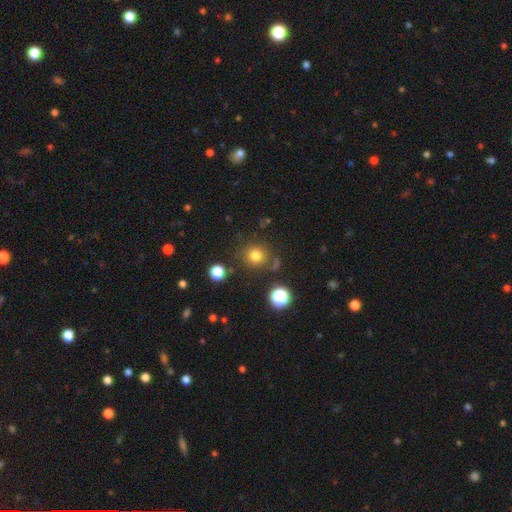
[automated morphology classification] Smooth or featured?
  - smooth: 76% *
  - star or artifact: 17%
  - featured or disk: 7%
How rounded?
  - round: 89% *
  - in between: 10%
  - cigar-shaped: 1%
Merging?
  - none: 80% *
  - minor disturbance: 10%
  - merger: 6%
  - major disturbance: 4%